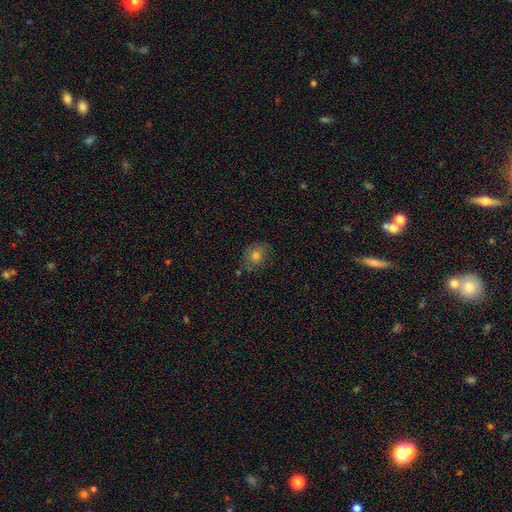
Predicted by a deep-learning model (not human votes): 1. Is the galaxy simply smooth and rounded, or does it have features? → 69% smooth, 17% featured or disk, 14% star or artifact.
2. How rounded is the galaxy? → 56% round, 43% in between, 1% cigar-shaped.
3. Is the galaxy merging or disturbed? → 76% none, 18% minor disturbance, 4% major disturbance, 3% merger.